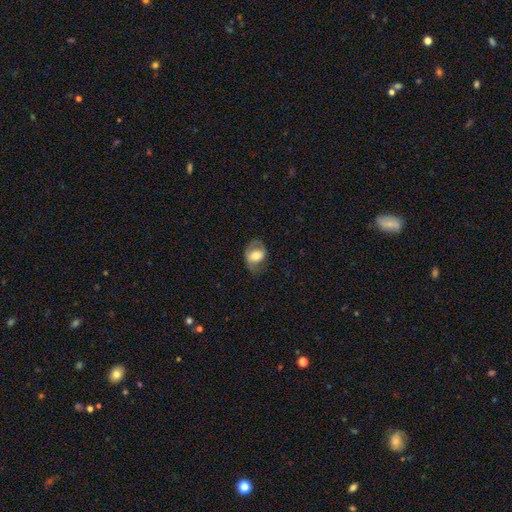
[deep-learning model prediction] Morphology: type=smooth (51%); roundness=in between (70%); merging=none (55%).